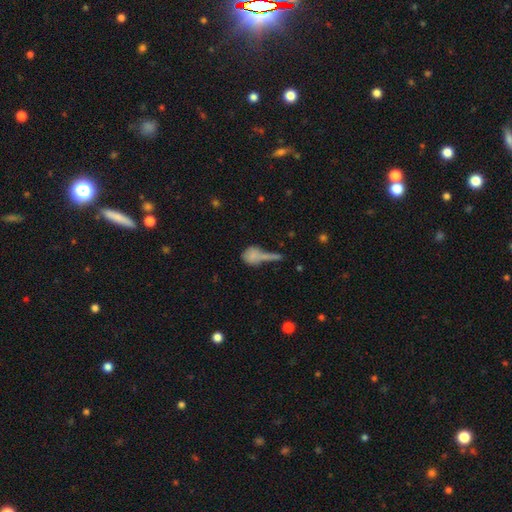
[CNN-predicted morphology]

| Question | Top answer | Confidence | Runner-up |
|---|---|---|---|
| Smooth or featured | smooth | 68% | featured or disk (20%) |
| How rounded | round | 57% | in between (31%) |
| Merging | merger | 34% | tied: none (34%) |